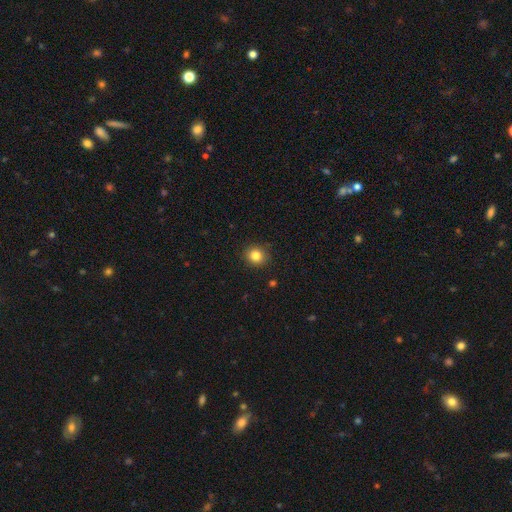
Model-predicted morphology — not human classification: Smooth or featured?
  - smooth: 83% *
  - star or artifact: 11%
  - featured or disk: 6%
How rounded?
  - round: 85% *
  - in between: 14%
  - cigar-shaped: 1%
Merging?
  - none: 90% *
  - minor disturbance: 7%
  - major disturbance: 2%
  - merger: 1%